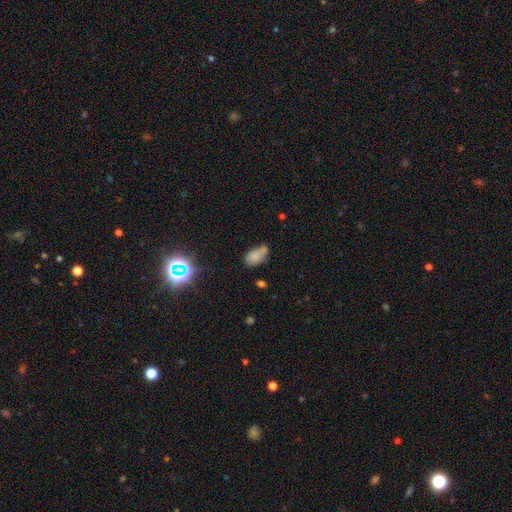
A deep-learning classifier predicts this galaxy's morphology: smooth 73%, star or artifact 15%, featured or disk 12%. Down the decision tree: how rounded — in between (90%); merging — none (44%).